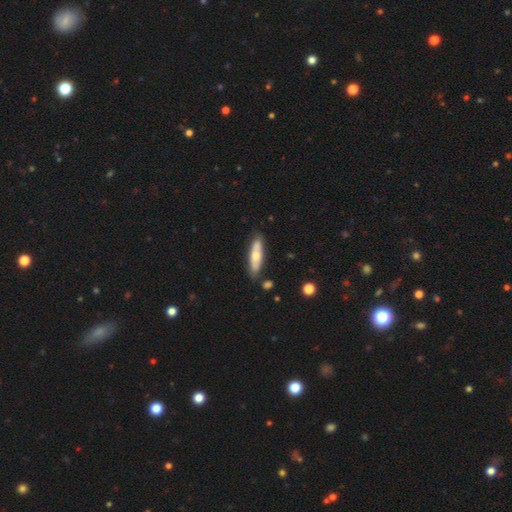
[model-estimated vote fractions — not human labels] A smooth galaxy with no disk features (48%). Merging: none (79%).